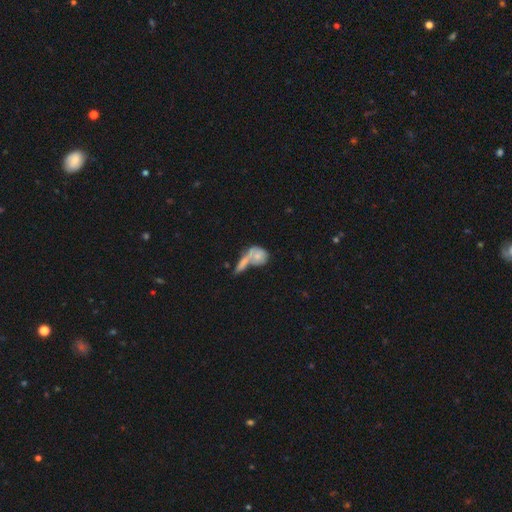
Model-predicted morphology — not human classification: Smooth or featured? smooth (63%)
How rounded? round (56%)
Merging? merger (48%)